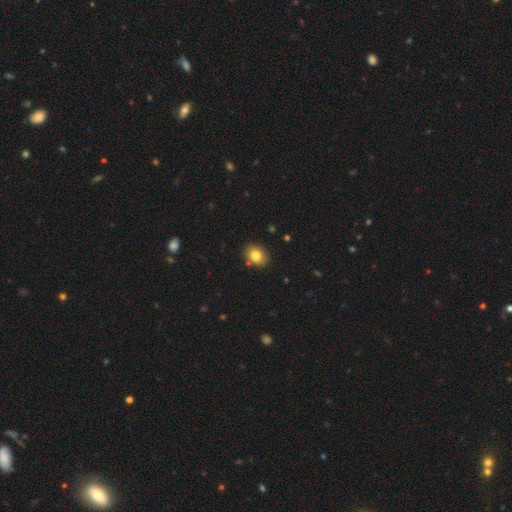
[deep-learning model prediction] smooth 80%, featured or disk 10%, star or artifact 10%. Down the decision tree: how rounded — in between (60%); merging — none (86%).